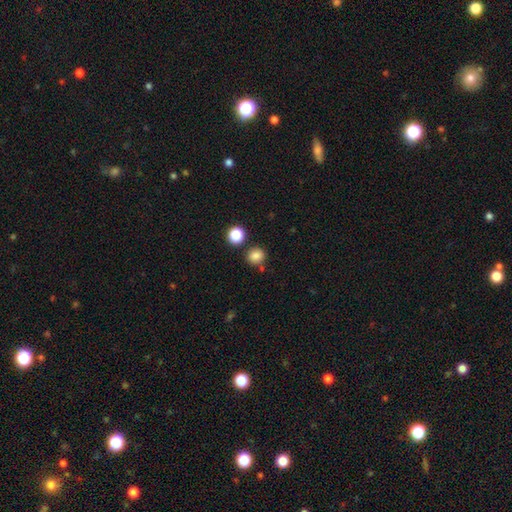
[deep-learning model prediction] smooth_or_featured: smooth (p=0.82) [alt: star or artifact p=0.13]
how_rounded: round (p=0.81) [alt: in between p=0.18]
merging: none (p=0.78) [alt: minor disturbance p=0.10]